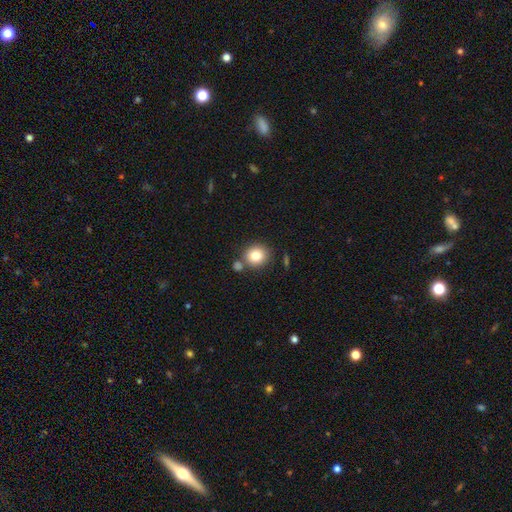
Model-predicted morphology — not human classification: A smooth galaxy with no disk features (81%) that is round (85%).

Vote fractions:
- Smooth or featured? smooth: 81% / star or artifact: 10% / featured or disk: 9%
- How rounded? round: 85% / in between: 14% / cigar-shaped: 1%
- Merging? none: 72% / merger: 15% / minor disturbance: 10% / major disturbance: 3%